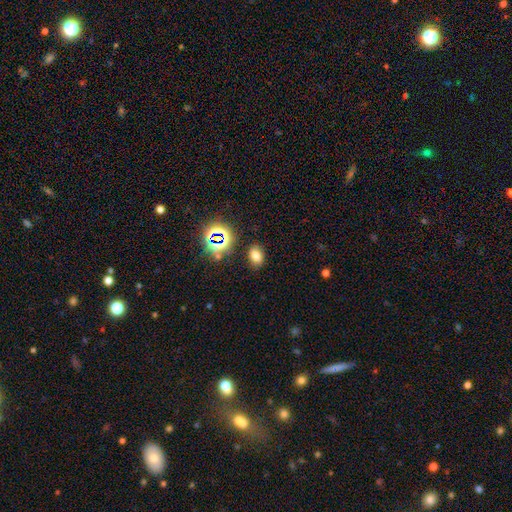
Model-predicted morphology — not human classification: This is likely a smooth galaxy (69%). How rounded: likely in between (77%). Merging: clearly none (84%).